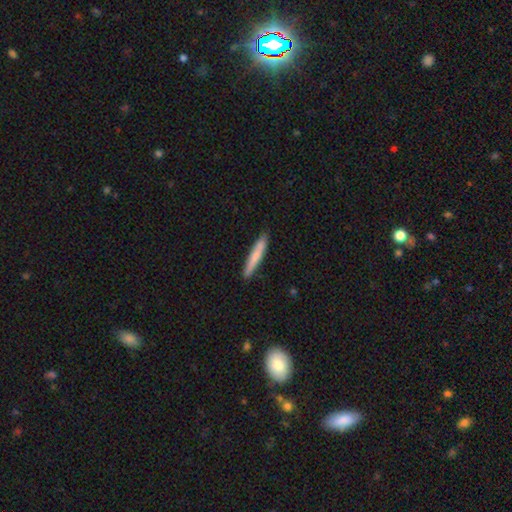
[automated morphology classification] type=smooth (75%); roundness=cigar-shaped (94%); merging=none (89%).